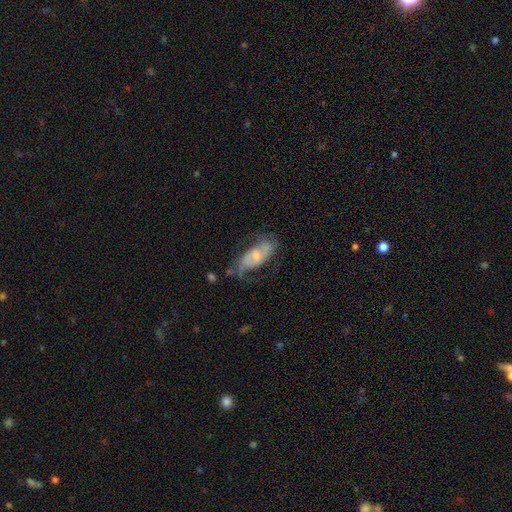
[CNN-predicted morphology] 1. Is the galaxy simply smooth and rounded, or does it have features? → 69% featured or disk, 24% smooth, 7% star or artifact.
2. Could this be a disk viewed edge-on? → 93% no, 7% yes.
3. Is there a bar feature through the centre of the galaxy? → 50% no, 40% weak, 10% strong.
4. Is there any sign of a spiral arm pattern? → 85% yes, 15% no.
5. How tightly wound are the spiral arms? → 44% medium, 33% loose, 23% tight.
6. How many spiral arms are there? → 71% 2, 15% can't tell, 9% 1, 2% 3, 1% 4, 1% more than 4.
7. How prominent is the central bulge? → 46% small, 41% moderate, 7% none, 4% large, 1% dominant.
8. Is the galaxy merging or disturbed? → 50% none, 25% minor disturbance, 21% major disturbance, 4% merger.